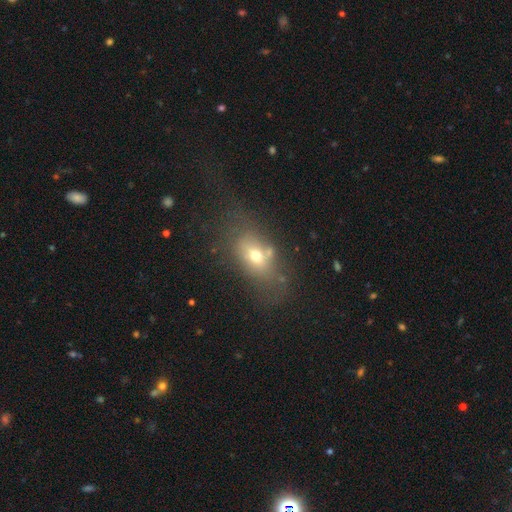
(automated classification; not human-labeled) Q: Smooth or featured?
A: smooth (59%); runner-up: featured or disk (26%)
Q: How rounded?
A: in between (75%); runner-up: round (20%)
Q: Merging?
A: none (53%); runner-up: minor disturbance (21%)